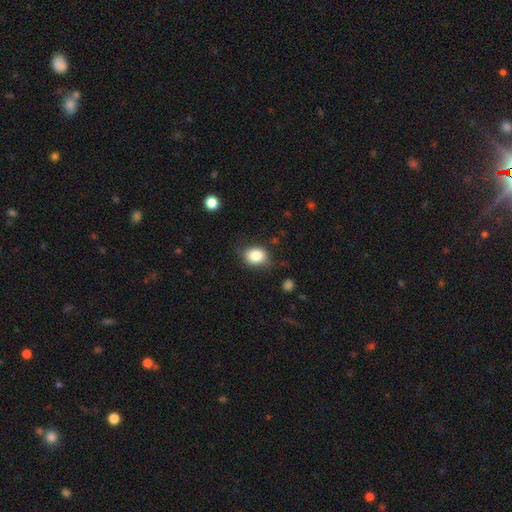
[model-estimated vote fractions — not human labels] smooth-or-featured: smooth: 85% | star or artifact: 9% | featured or disk: 6%
  how-rounded: round: 53% | in between: 46% | cigar-shaped: 1%
  merging: none: 75% | minor disturbance: 19% | major disturbance: 5% | merger: 2%